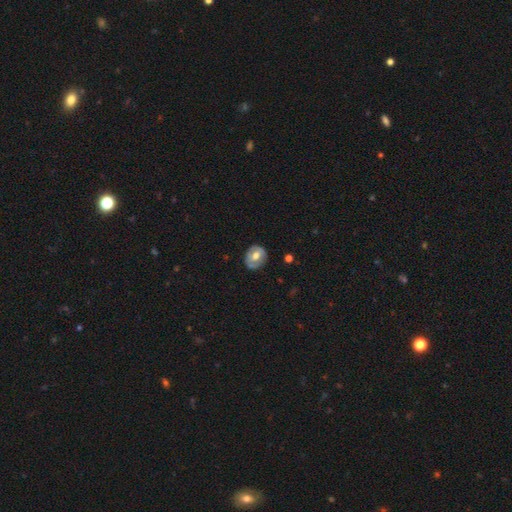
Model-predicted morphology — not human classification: A smooth galaxy with no disk features (48%).

Vote fractions:
- Smooth or featured? smooth: 48% / featured or disk: 46% / star or artifact: 6%
- Merging? none: 81% / minor disturbance: 14% / major disturbance: 3% / merger: 1%